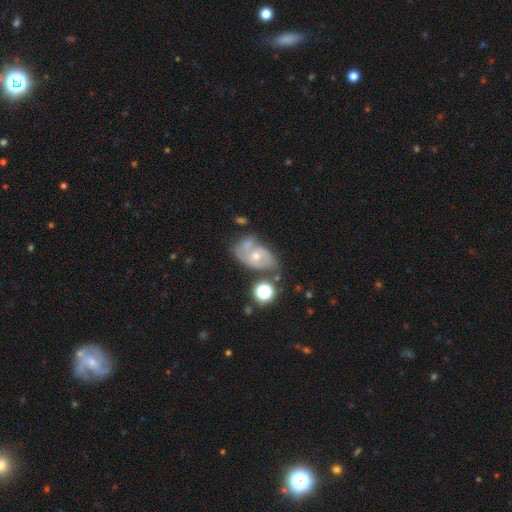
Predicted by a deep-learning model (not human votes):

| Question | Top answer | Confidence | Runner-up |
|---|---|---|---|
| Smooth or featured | featured or disk | 73% | smooth (18%) |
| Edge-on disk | no | 96% | yes (4%) |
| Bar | no | 68% | weak (27%) |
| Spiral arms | yes | 88% | no (12%) |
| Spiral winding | medium | 45% | tight (38%) |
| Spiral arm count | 2 | 59% | can't tell (20%) |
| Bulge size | moderate | 50% | small (45%) |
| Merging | none | 40% | minor disturbance (25%) |